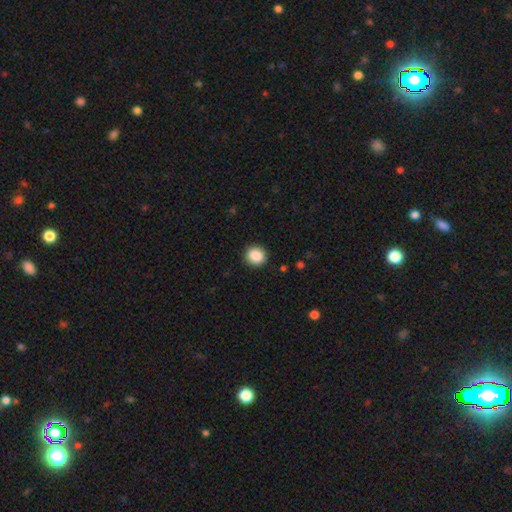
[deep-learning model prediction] This appears to be a smooth galaxy with no disk features (88%) that is round (86%). Merging: none (91%).